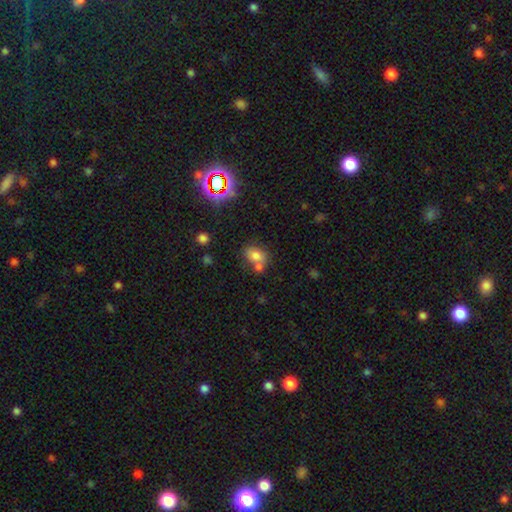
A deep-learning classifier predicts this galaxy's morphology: The model was most divided on "merging": none: 47%, merger: 35%, minor disturbance: 13%, major disturbance: 5%. More confident: smooth or featured — smooth (76%); how rounded — in between (70%).